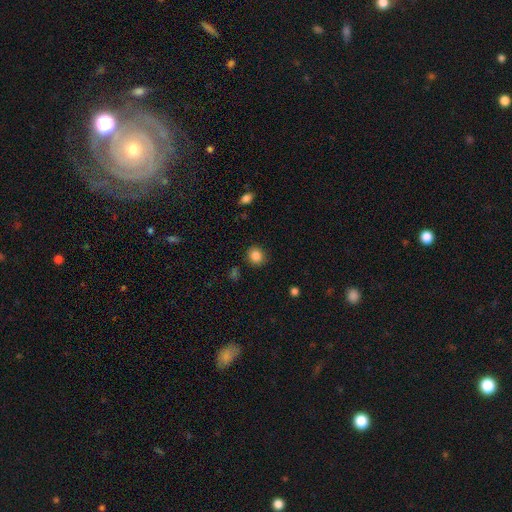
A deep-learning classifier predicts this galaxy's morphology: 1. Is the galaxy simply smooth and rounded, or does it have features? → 85% smooth, 10% star or artifact, 5% featured or disk.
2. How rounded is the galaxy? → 84% round, 16% in between, 1% cigar-shaped.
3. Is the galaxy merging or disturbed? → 89% none, 7% minor disturbance, 2% major disturbance, 2% merger.